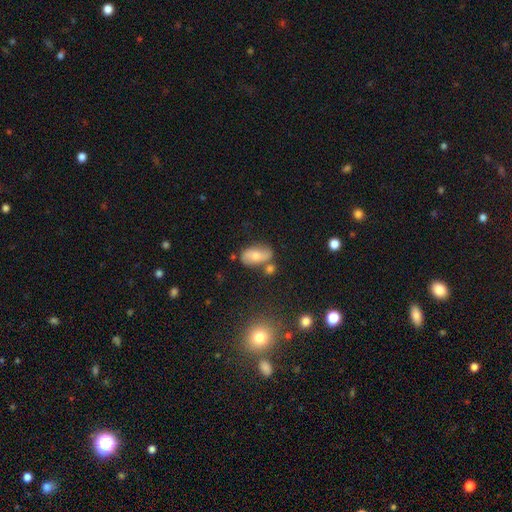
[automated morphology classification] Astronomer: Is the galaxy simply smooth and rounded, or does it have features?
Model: smooth — 54% (runner-up: featured or disk, 37%).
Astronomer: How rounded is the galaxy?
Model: in between — 89%.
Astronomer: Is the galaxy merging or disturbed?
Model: none — 57%.